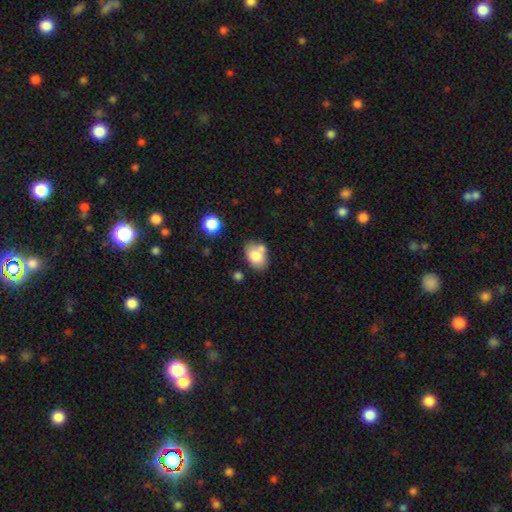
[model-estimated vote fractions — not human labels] Q: Smooth or featured?
A: smooth (78%); runner-up: featured or disk (14%)
Q: How rounded?
A: in between (77%); runner-up: round (22%)
Q: Merging?
A: none (54%); runner-up: merger (22%)